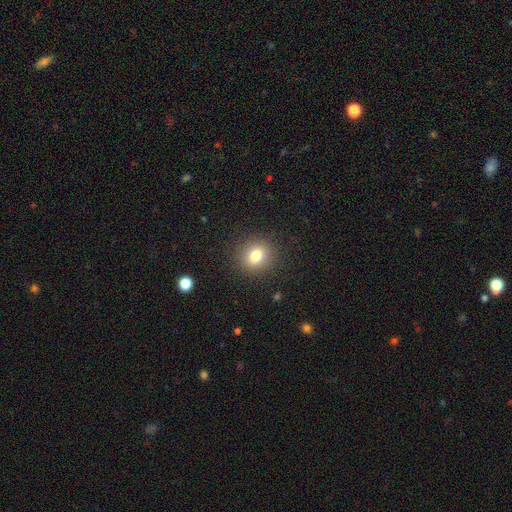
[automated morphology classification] A smooth galaxy with no disk features (79%) that is round (82%).

Vote fractions:
- Smooth or featured? smooth: 79% / star or artifact: 12% / featured or disk: 9%
- How rounded? round: 82% / in between: 17% / cigar-shaped: 1%
- Merging? none: 90% / minor disturbance: 7% / major disturbance: 3% / merger: 1%